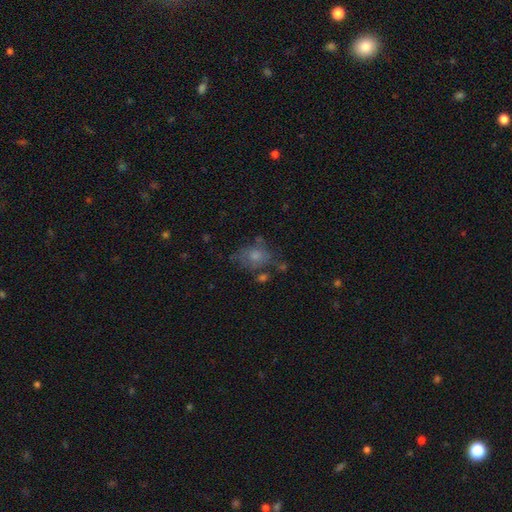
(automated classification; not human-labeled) Smooth or featured? Predicted: smooth (p=0.64). How rounded? Predicted: in between (p=0.56). Merging? Predicted: none (p=0.47).